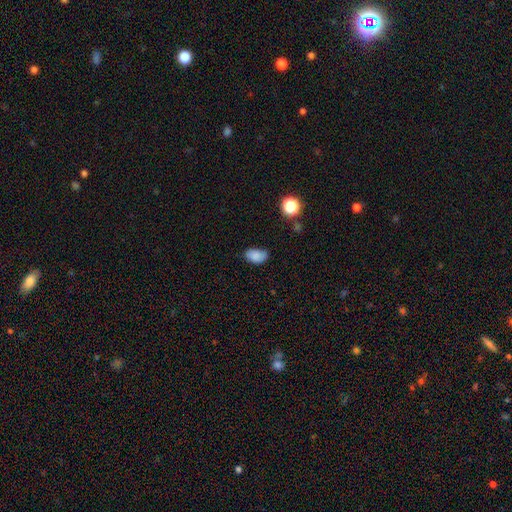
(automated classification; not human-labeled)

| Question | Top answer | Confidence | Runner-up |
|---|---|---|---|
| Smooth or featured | smooth | 83% | star or artifact (10%) |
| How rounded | in between | 90% | round (9%) |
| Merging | none | 66% | minor disturbance (27%) |